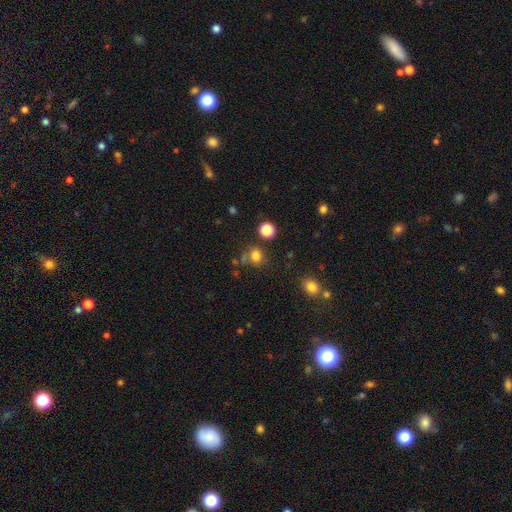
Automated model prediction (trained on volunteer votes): smooth 77%, star or artifact 16%, featured or disk 6%. Down the decision tree: how rounded — round (71%); merging — none (65%).